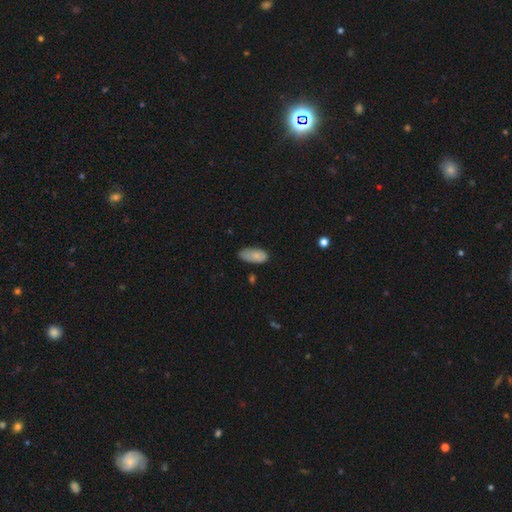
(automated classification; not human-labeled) Overall: smooth (79%). How rounded: in between (92%). Merging: none (62%; minor disturbance 29%).